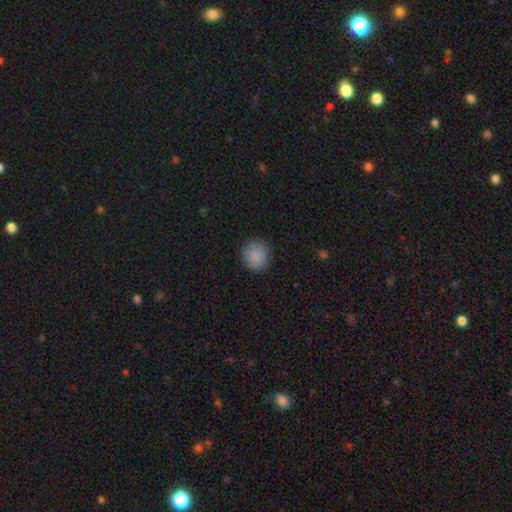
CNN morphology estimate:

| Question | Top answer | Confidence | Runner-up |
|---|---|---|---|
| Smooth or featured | smooth | 88% | star or artifact (8%) |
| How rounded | round | 90% | in between (9%) |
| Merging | none | 89% | minor disturbance (8%) |